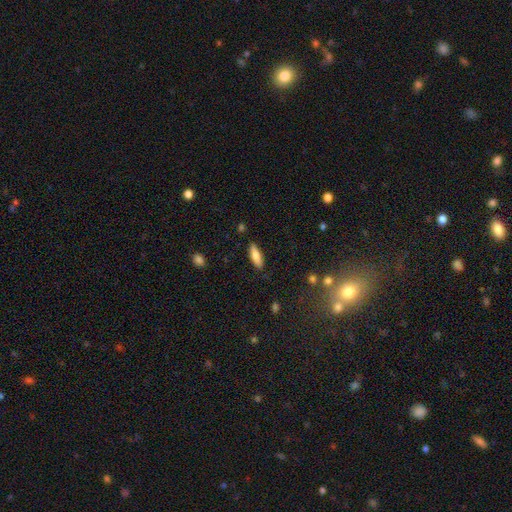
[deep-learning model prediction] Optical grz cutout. It shows a smooth galaxy with no disk features (78%) that is in between round and cigar-shaped (50%). Merging: none (86%).